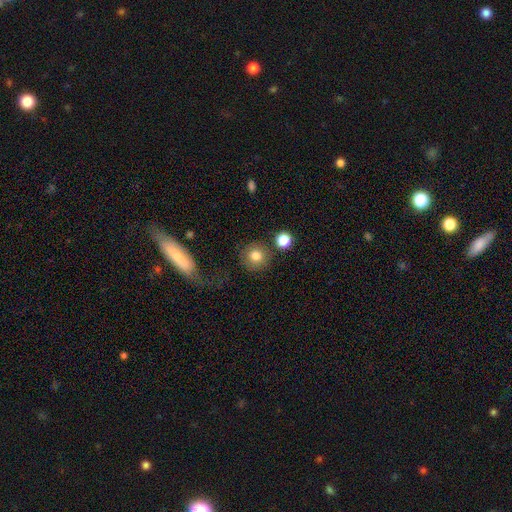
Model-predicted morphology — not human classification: Smooth or featured?
  - smooth: 80% *
  - star or artifact: 10%
  - featured or disk: 10%
How rounded?
  - round: 92% *
  - in between: 7%
  - cigar-shaped: 1%
Merging?
  - none: 77% *
  - minor disturbance: 9%
  - merger: 7%
  - major disturbance: 6%